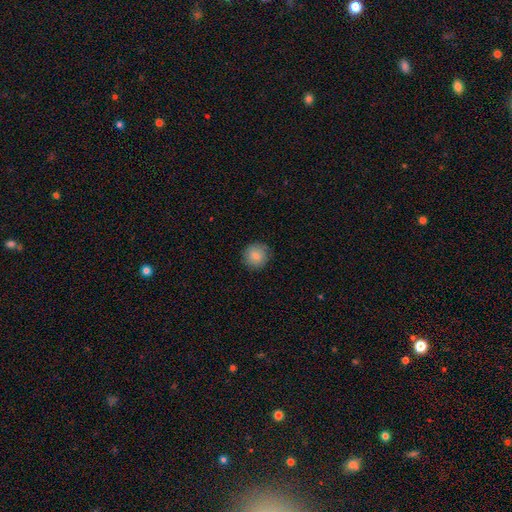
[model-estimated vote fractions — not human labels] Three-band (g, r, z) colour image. It shows a smooth galaxy with no disk features (83%) that is round (94%). Merging: none (86%).